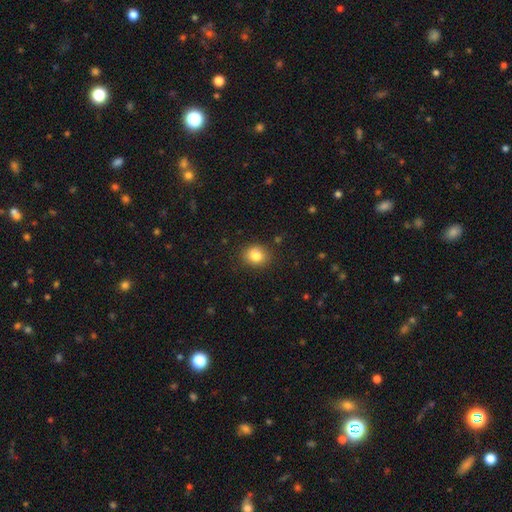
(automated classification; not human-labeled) Q: Smooth or featured?
A: smooth (83%); runner-up: star or artifact (10%)
Q: How rounded?
A: round (67%); runner-up: in between (33%)
Q: Merging?
A: none (87%); runner-up: minor disturbance (9%)